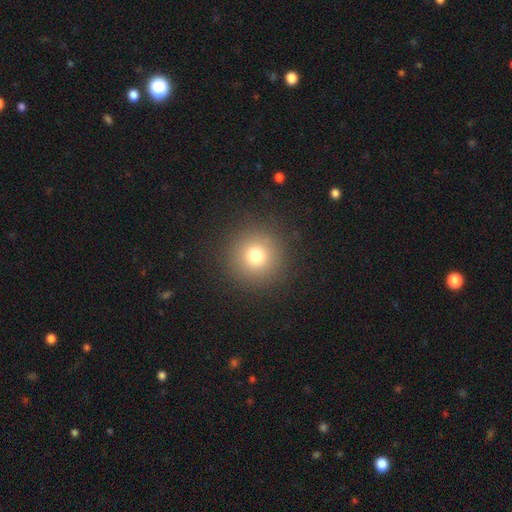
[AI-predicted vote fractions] The model was most divided on "smooth or featured": smooth: 75%, star or artifact: 15%, featured or disk: 9%. More confident: how rounded — round (96%); merging — none (90%).